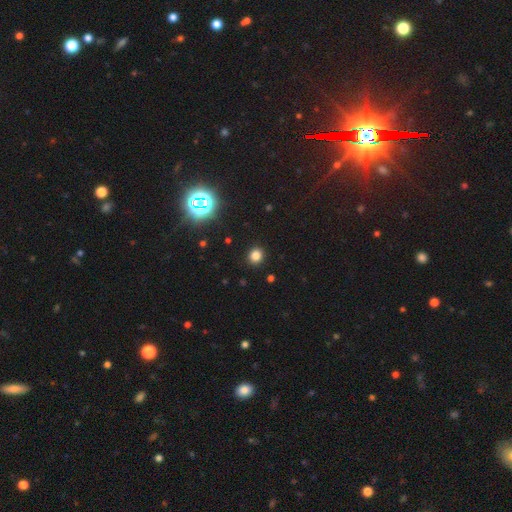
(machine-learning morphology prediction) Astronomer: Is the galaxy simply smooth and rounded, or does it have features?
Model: smooth — 79%.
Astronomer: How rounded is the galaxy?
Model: round — 83%.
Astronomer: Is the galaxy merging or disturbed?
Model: none — 91%.